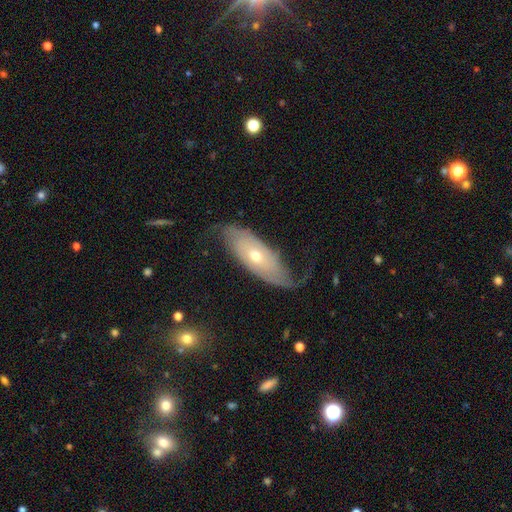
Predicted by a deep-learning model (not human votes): Smooth or featured: featured or disk — 68% (smooth — 25%)
Edge-on disk: no — 85% (yes — 15%)
Bar: no — 72% (weak — 21%)
Spiral arms: yes — 83% (no — 17%)
Bulge size: moderate — 54% (small — 41%)
Merging: none — 54% (minor disturbance — 23%)